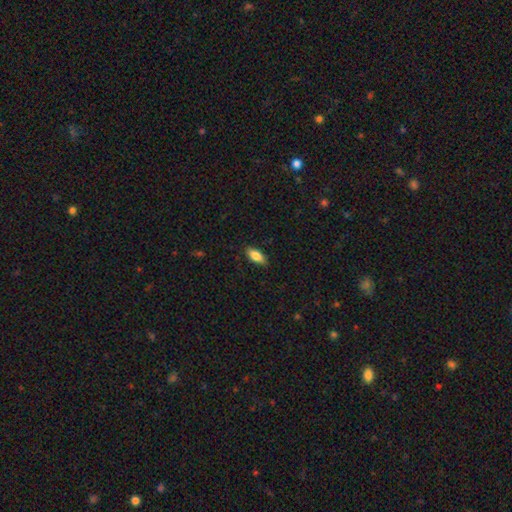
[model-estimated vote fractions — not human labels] smooth 81%, featured or disk 12%, star or artifact 7%. Down the decision tree: how rounded — in between (84%); merging — none (85%).